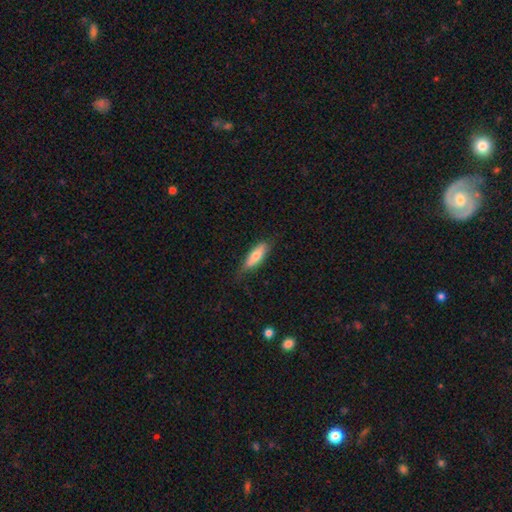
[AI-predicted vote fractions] Smooth or featured?
  - smooth: 67% *
  - featured or disk: 27%
  - star or artifact: 6%
How rounded?
  - in between: 54% *
  - cigar-shaped: 44%
  - round: 2%
Merging?
  - none: 72% *
  - minor disturbance: 22%
  - major disturbance: 5%
  - merger: 1%